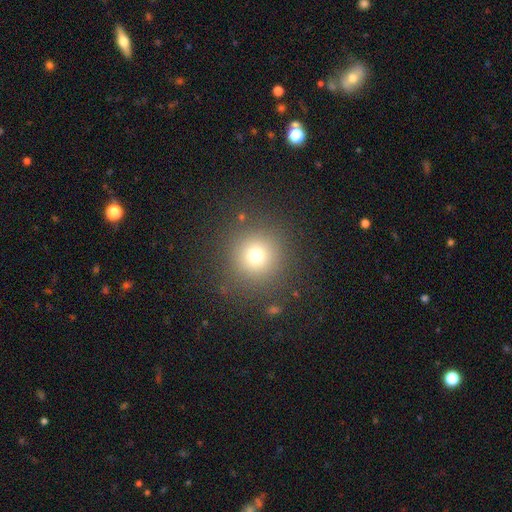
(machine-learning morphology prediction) Smooth or featured? smooth (72%)
How rounded? round (94%)
Merging? none (86%)